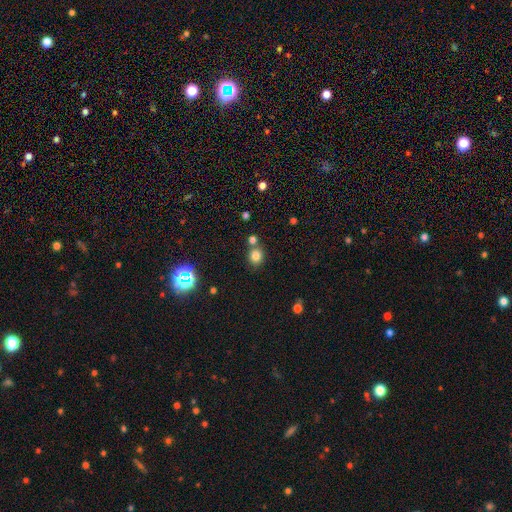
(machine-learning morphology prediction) The model was most divided on "merging": none: 68%, merger: 20%, minor disturbance: 9%, major disturbance: 3%. More confident: how rounded — round (79%); smooth or featured — smooth (78%).